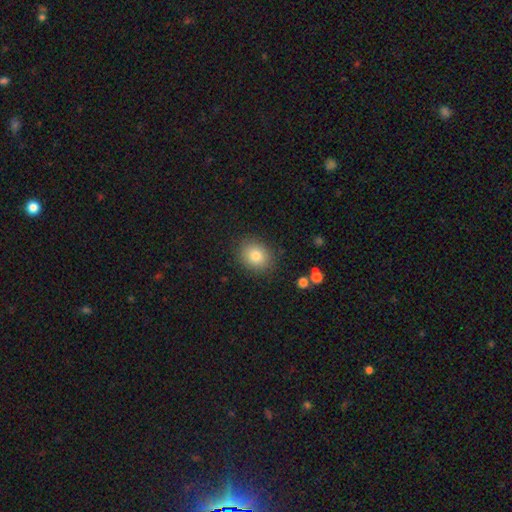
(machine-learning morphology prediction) Smooth or featured? Predicted: smooth (p=0.81). How rounded? Predicted: round (p=0.60). Merging? Predicted: none (p=0.87).